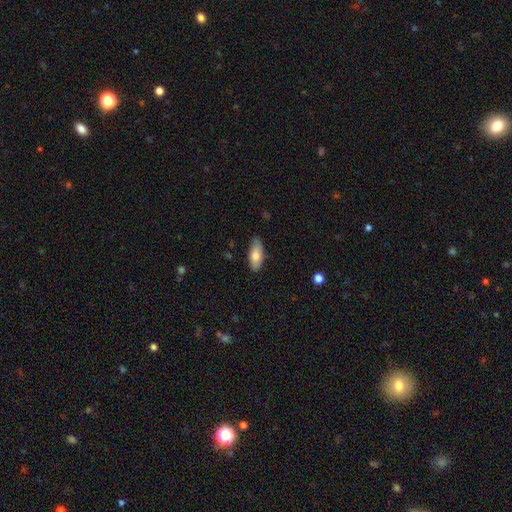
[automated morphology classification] Q: Smooth or featured?
A: smooth (78%); runner-up: featured or disk (16%)
Q: How rounded?
A: in between (82%); runner-up: cigar-shaped (16%)
Q: Merging?
A: none (81%); runner-up: minor disturbance (16%)